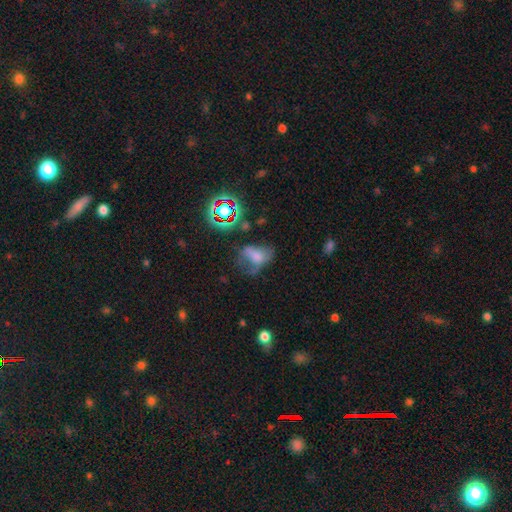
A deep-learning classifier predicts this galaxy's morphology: smooth 53%, featured or disk 27%, star or artifact 20%. Down the decision tree: how rounded — in between (78%); merging — major disturbance (41%).